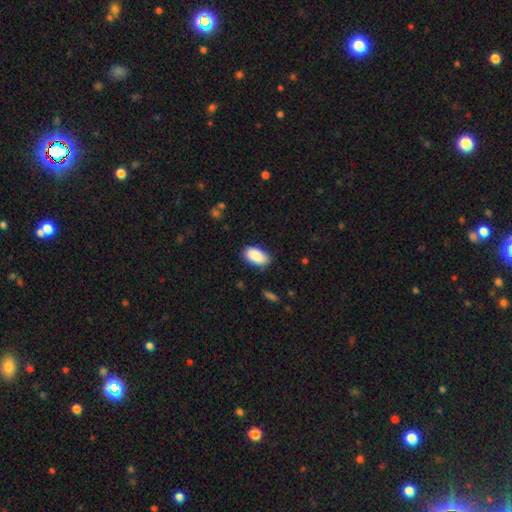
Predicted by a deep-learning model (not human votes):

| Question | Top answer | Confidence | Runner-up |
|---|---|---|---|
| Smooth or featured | smooth | 89% | star or artifact (6%) |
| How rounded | in between | 95% | round (3%) |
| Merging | none | 81% | minor disturbance (15%) |